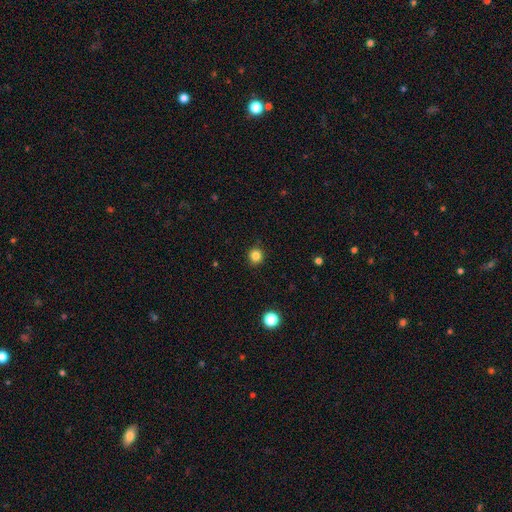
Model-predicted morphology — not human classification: Overall: smooth (84%). How rounded: round (91%). Merging: none (92%).